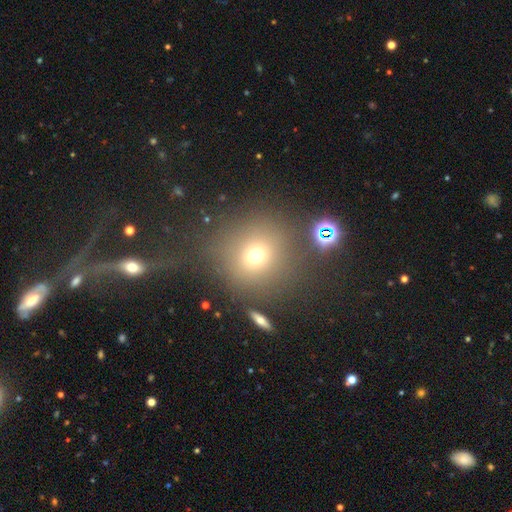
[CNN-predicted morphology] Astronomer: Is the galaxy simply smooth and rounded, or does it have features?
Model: smooth — 68%.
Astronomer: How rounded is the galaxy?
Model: round — 88%.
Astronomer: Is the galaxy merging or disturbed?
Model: none — 74%.